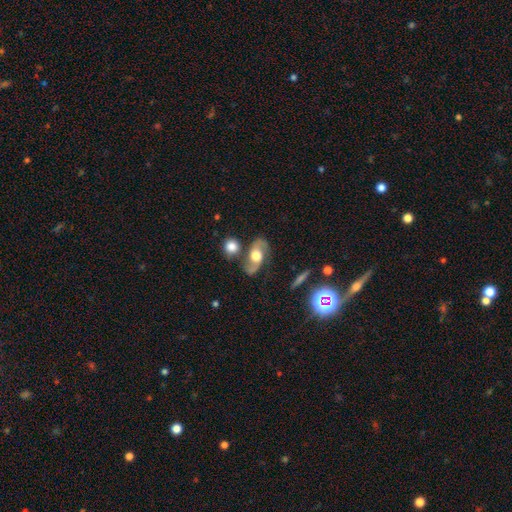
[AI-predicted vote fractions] The model was most divided on "bulge size": moderate: 49%, large: 42%, small: 4%, dominant: 4%, none: 2%. More confident: spiral arm count — 2 (92%); edge-on disk — no (91%); spiral arms — yes (85%); smooth or featured — featured or disk (69%); bar — no (66%); merging — none (65%); spiral winding — loose (51%).